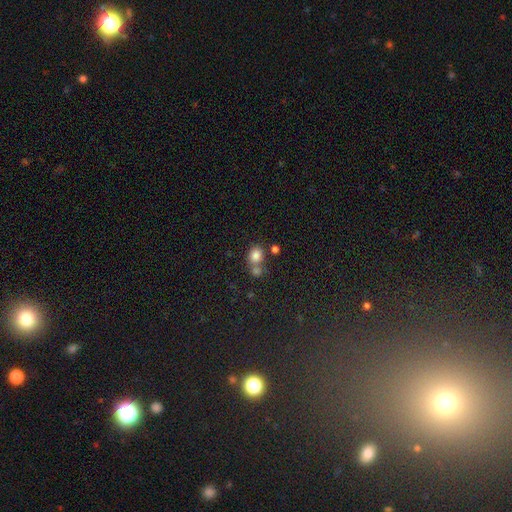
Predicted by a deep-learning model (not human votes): This is clearly a smooth galaxy (81%). How rounded: likely round (66%). Merging: possibly none (47%).